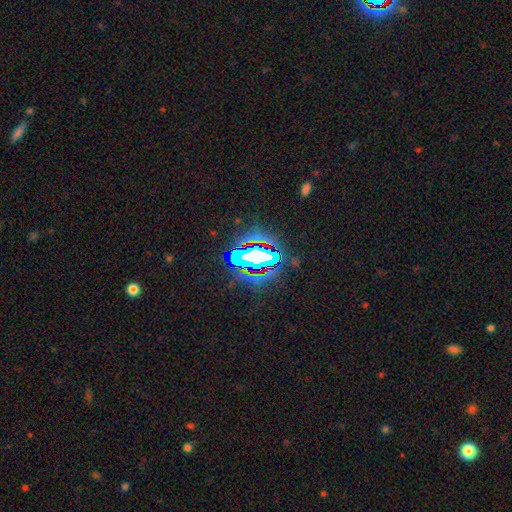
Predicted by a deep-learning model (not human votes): Smooth or featured: star or artifact — 58% (featured or disk — 21%)